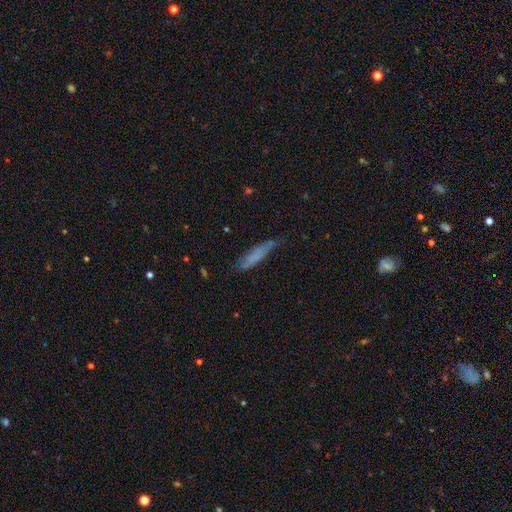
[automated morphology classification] The model was most divided on "merging": none: 56%, minor disturbance: 31%, major disturbance: 10%, merger: 3%. More confident: how rounded — cigar-shaped (81%); smooth or featured — smooth (66%).